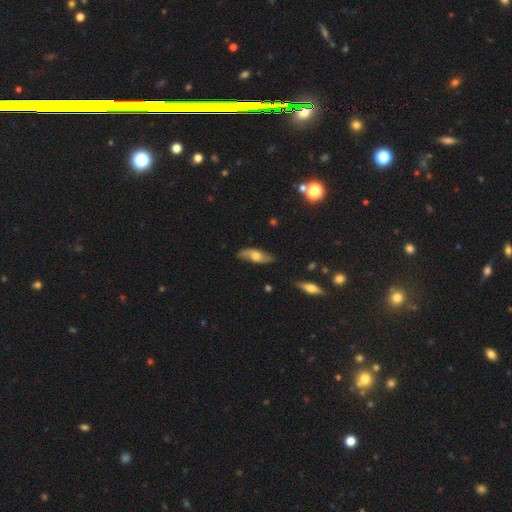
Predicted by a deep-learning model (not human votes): Smooth or featured? Predicted: featured or disk (p=0.47). Merging? Predicted: none (p=0.76).